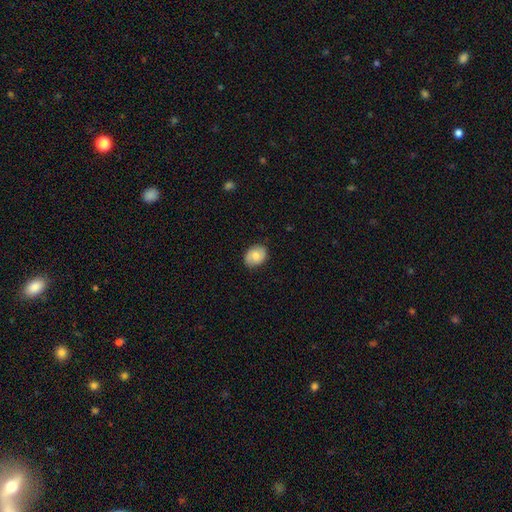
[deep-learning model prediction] Smooth or featured? smooth (70%)
How rounded? in between (57%)
Merging? none (83%)